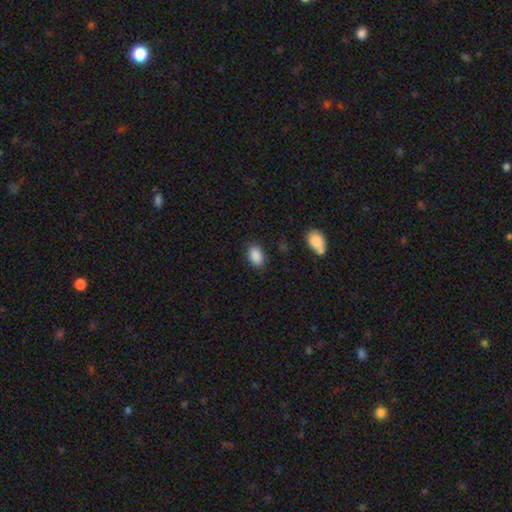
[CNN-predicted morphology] Smooth or featured? Predicted: smooth (p=0.89). How rounded? Predicted: in between (p=0.90). Merging? Predicted: none (p=0.84).